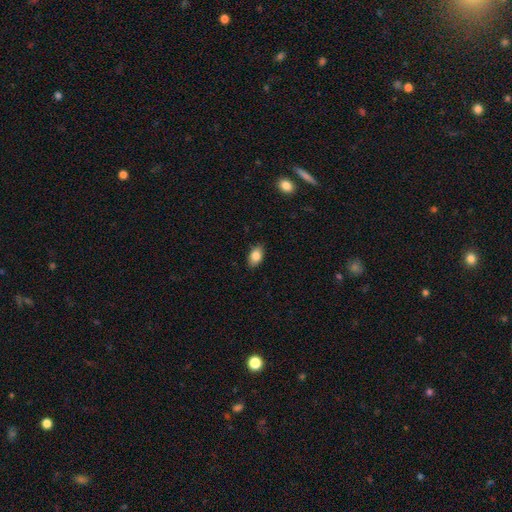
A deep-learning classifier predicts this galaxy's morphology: type=smooth (85%); roundness=in between (87%); merging=none (85%).